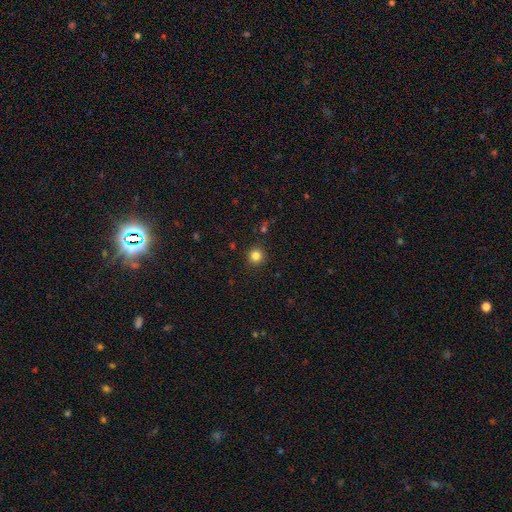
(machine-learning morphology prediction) type=smooth (83%); roundness=round (94%); merging=none (91%).